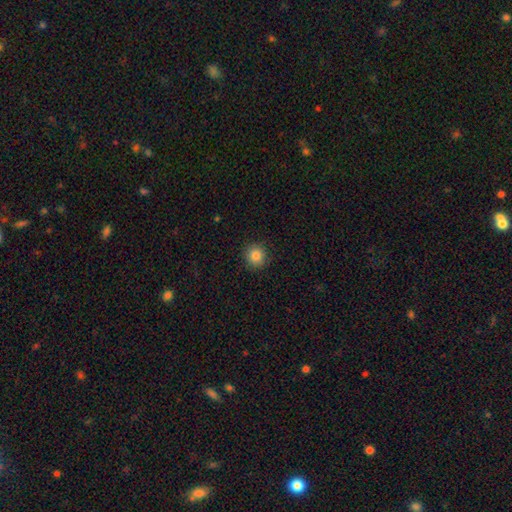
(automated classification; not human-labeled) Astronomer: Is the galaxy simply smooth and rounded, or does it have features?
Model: smooth — 85%.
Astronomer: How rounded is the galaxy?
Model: round — 91%.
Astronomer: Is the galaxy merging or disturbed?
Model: none — 90%.